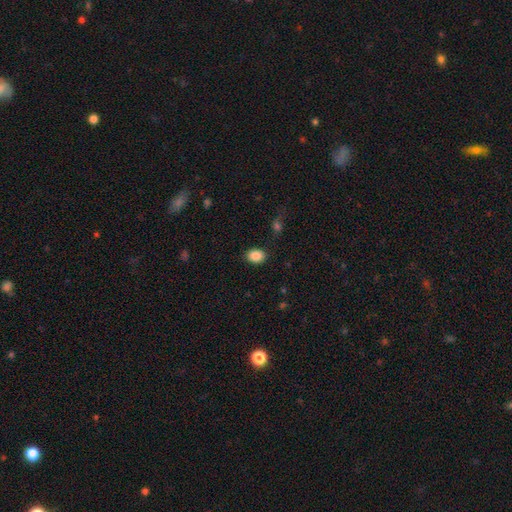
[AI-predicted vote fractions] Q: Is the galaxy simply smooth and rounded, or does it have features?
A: smooth — 87%.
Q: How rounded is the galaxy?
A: in between — 61%.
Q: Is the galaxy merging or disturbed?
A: none — 86%.